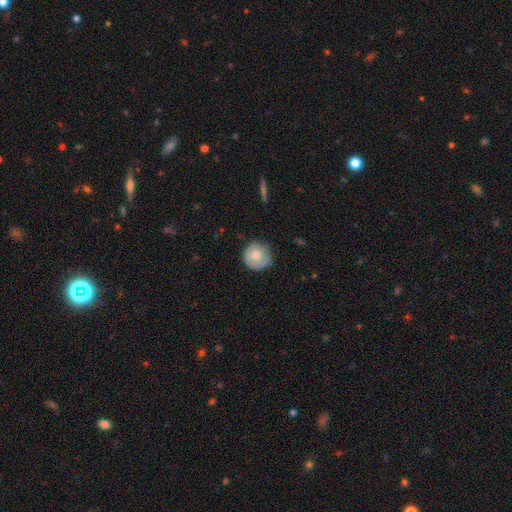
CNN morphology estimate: The model was most divided on "merging": none: 72%, minor disturbance: 22%, major disturbance: 4%, merger: 1%. More confident: how rounded — round (93%); smooth or featured — smooth (75%).